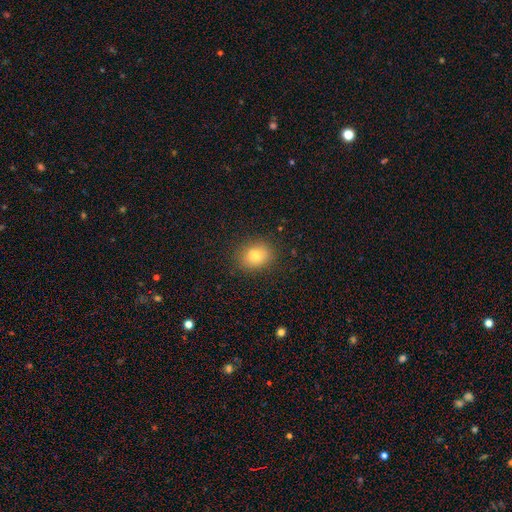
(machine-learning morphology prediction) Q: Smooth or featured?
A: smooth (77%); runner-up: star or artifact (12%)
Q: How rounded?
A: round (51%); runner-up: in between (48%)
Q: Merging?
A: none (87%); runner-up: minor disturbance (9%)